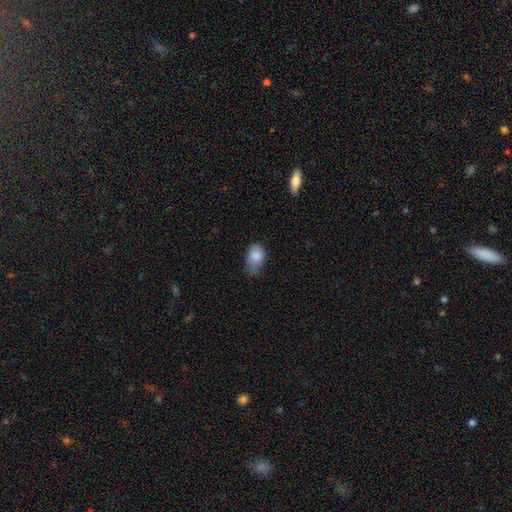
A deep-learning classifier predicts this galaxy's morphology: Overall: smooth (84%). How rounded: in between (85%). Merging: minor disturbance (48%; none 34%).